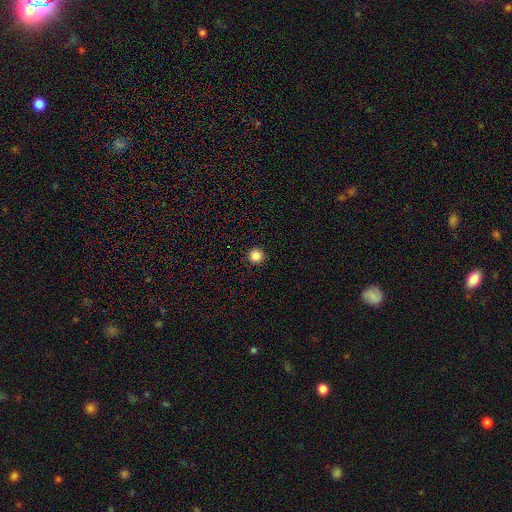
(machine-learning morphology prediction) Smooth or featured: smooth — 84% (star or artifact — 12%)
How rounded: round — 96% (in between — 3%)
Merging: none — 94% (minor disturbance — 4%)